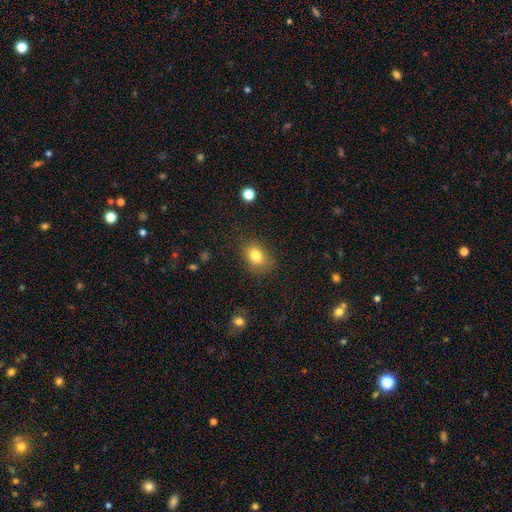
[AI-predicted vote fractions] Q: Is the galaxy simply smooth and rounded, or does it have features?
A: smooth — 81%.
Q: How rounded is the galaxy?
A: in between — 66%.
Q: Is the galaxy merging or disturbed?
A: none — 82%.